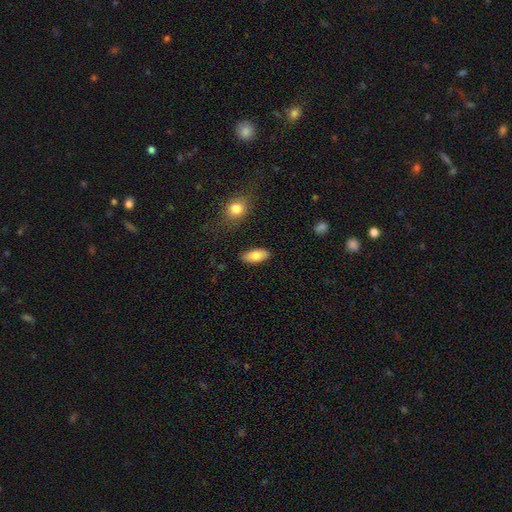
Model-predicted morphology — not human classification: Smooth or featured: smooth — 79% (featured or disk — 14%)
How rounded: in between — 87% (cigar-shaped — 10%)
Merging: none — 87% (minor disturbance — 9%)